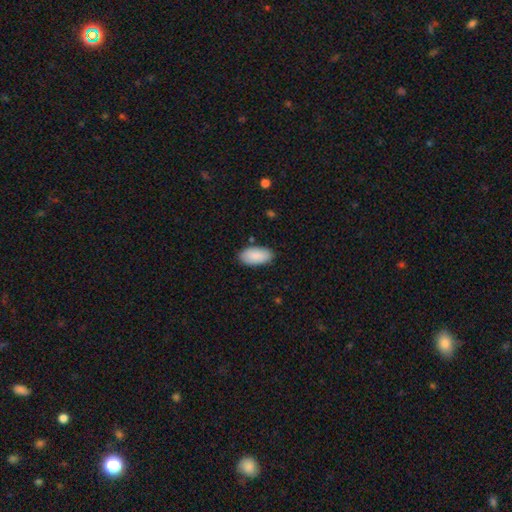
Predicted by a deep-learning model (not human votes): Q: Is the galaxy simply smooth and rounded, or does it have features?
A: smooth — 89%.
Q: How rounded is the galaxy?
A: in between — 95%.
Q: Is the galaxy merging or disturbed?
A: none — 86%.